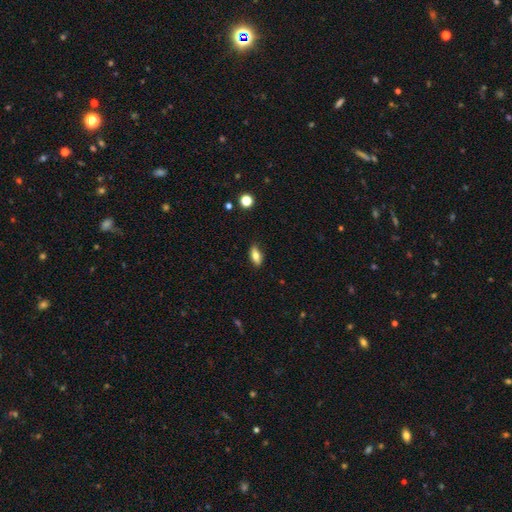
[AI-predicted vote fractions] smooth 75%, featured or disk 17%, star or artifact 8%. Down the decision tree: how rounded — in between (83%); merging — none (85%).